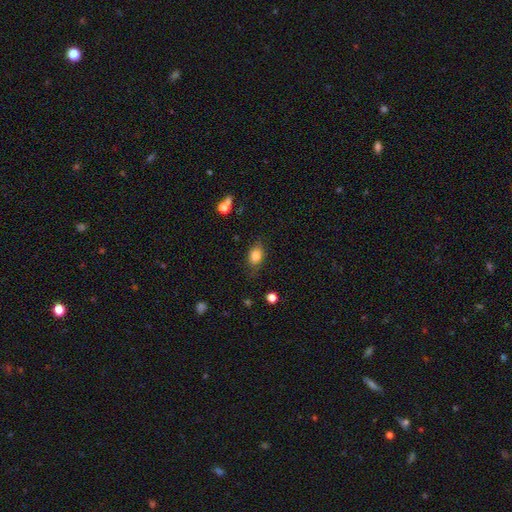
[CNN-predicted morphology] Overall: smooth (82%). How rounded: in between (76%). Merging: none (74%).